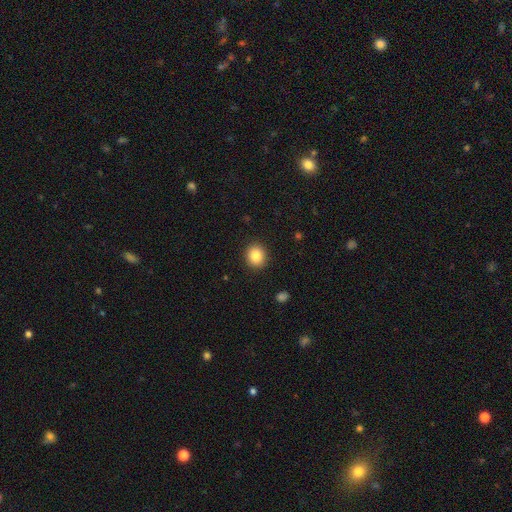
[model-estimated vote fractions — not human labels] Smooth or featured? smooth (85%)
How rounded? round (80%)
Merging? none (91%)